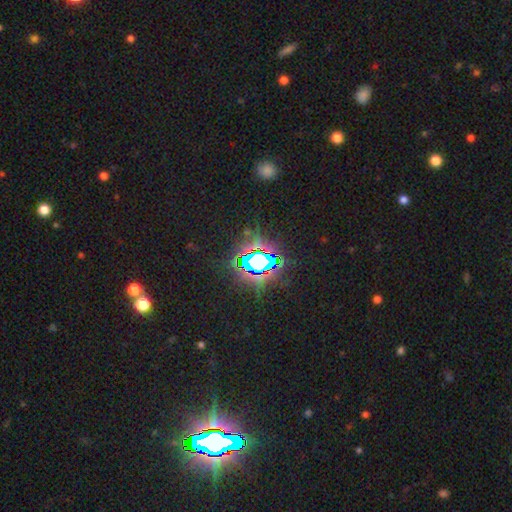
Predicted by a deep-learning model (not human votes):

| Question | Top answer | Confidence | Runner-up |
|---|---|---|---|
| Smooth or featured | star or artifact | 79% | smooth (12%) |